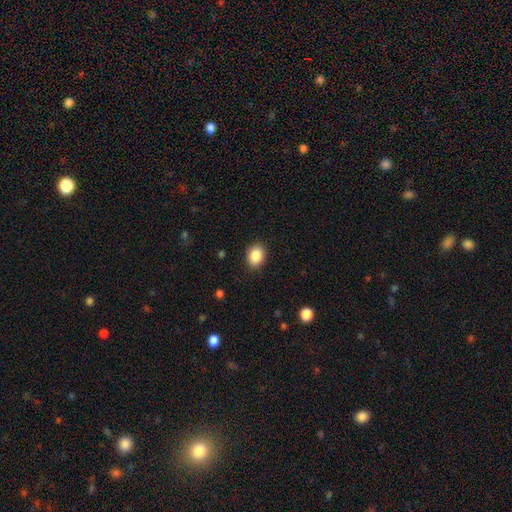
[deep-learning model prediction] Morphology: type=smooth (87%); roundness=in between (65%); merging=none (88%).